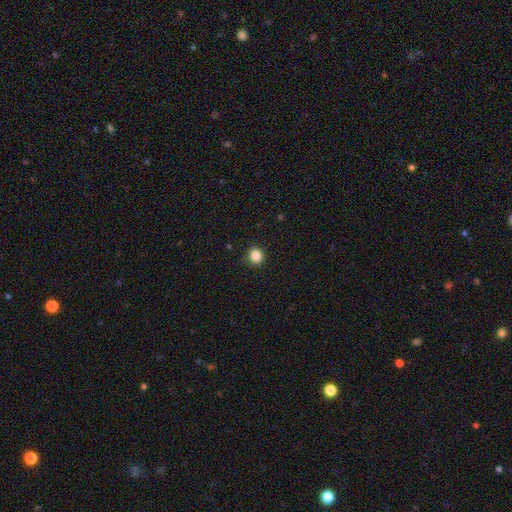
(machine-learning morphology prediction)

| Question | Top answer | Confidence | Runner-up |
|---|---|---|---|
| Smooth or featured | smooth | 86% | star or artifact (11%) |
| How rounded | round | 85% | in between (14%) |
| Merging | none | 88% | minor disturbance (9%) |